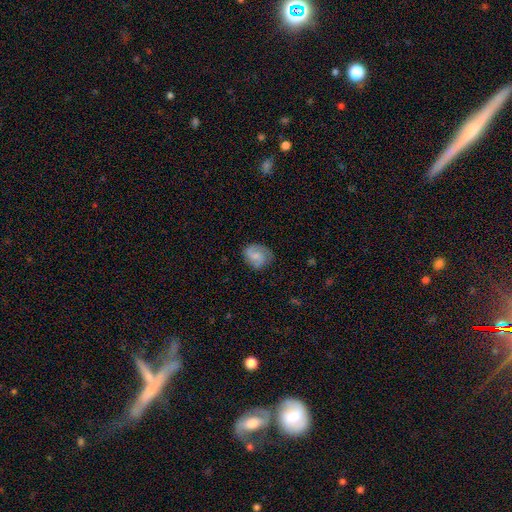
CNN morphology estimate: smooth-or-featured: smooth: 46% (tied) | featured or disk: 46% (tied) | star or artifact: 8%
  merging: none: 69% | minor disturbance: 22% | major disturbance: 8% | merger: 1%